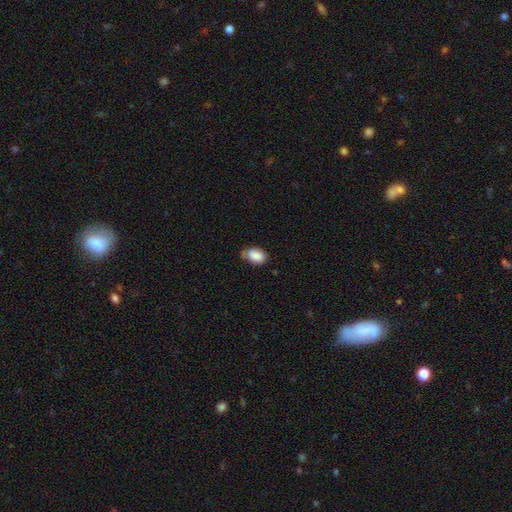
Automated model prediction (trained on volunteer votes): This is clearly a smooth galaxy (85%). How rounded: clearly in between (91%). Merging: possibly none (55%).